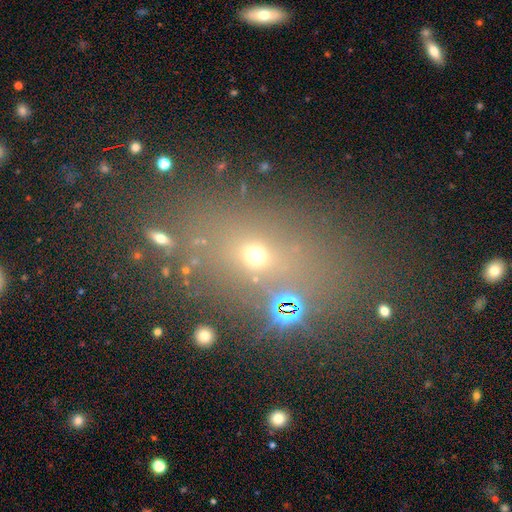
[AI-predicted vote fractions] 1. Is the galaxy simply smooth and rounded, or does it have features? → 45% star or artifact, 38% smooth, 17% featured or disk.